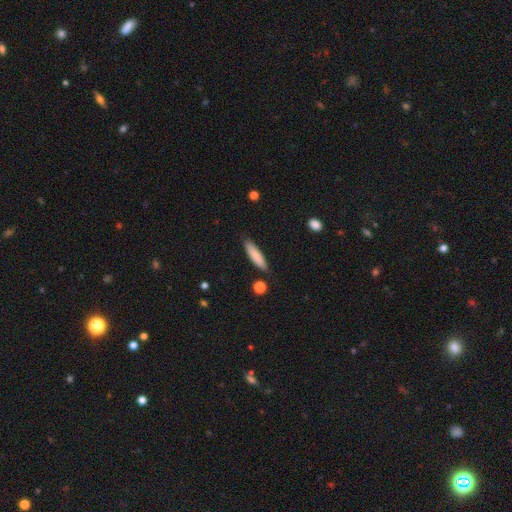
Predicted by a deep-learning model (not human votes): This appears to be a smooth galaxy with no disk features (79%) that is cigar-shaped (71%). Merging: none (84%).